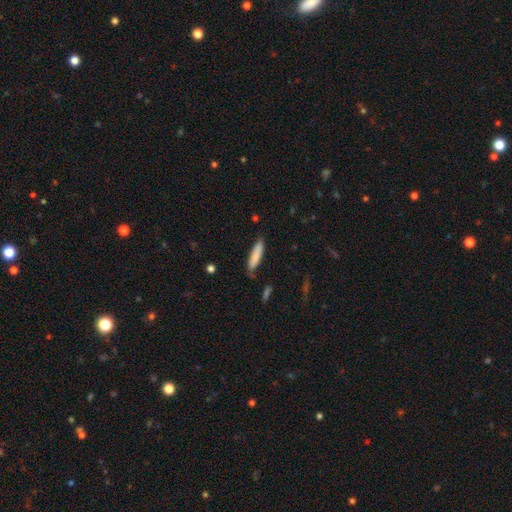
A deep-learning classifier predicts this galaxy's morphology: smooth 82%, featured or disk 12%, star or artifact 6%. Down the decision tree: how rounded — cigar-shaped (78%); merging — none (79%).